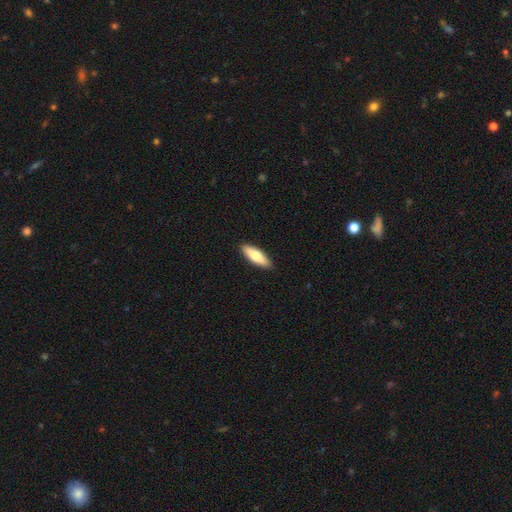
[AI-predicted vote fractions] Q: Smooth or featured?
A: smooth (73%); runner-up: featured or disk (22%)
Q: How rounded?
A: in between (55%); runner-up: cigar-shaped (43%)
Q: Merging?
A: none (90%); runner-up: minor disturbance (8%)